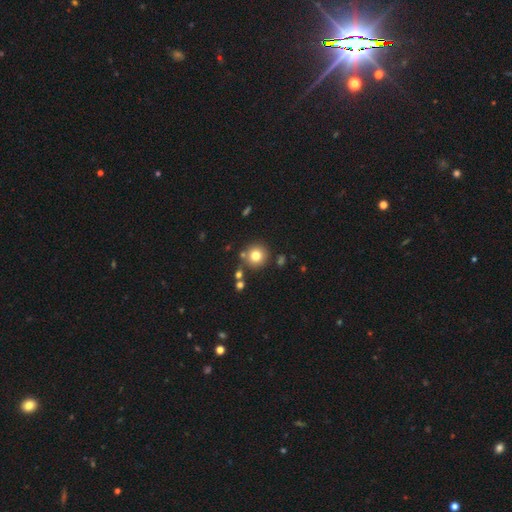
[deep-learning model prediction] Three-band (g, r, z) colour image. It shows a smooth galaxy with no disk features (78%) that is round (93%). Merging: none (80%).